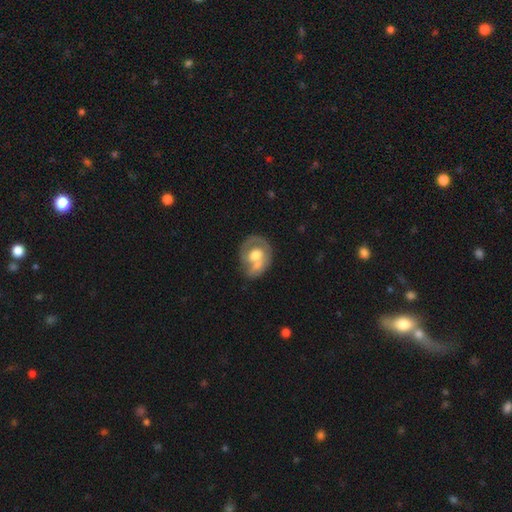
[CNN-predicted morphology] Smooth or featured? featured or disk (55%)
Edge-on disk? no (96%)
Bar? no (76%)
Spiral arms? no (59%)
Bulge size? moderate (62%)
Merging? none (37%)